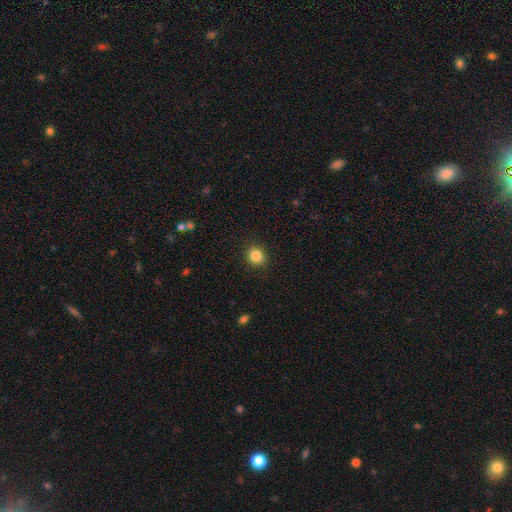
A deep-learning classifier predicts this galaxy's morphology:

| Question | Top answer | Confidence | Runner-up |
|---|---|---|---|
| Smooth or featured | smooth | 85% | star or artifact (10%) |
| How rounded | round | 80% | in between (19%) |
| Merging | none | 89% | minor disturbance (8%) |